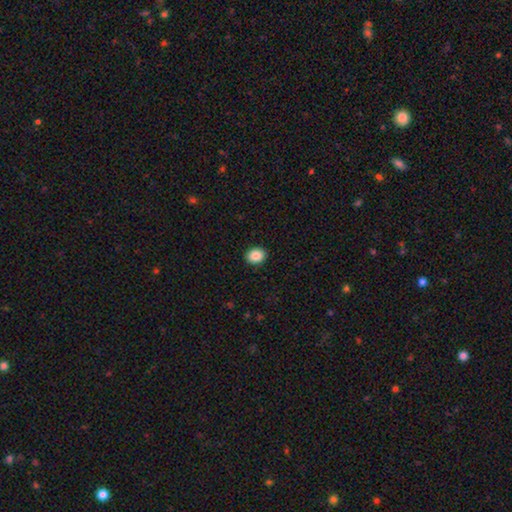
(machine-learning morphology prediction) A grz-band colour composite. It shows a smooth galaxy with no disk features (88%) that is in between round and cigar-shaped (50%, tied with round). Merging: none (92%).